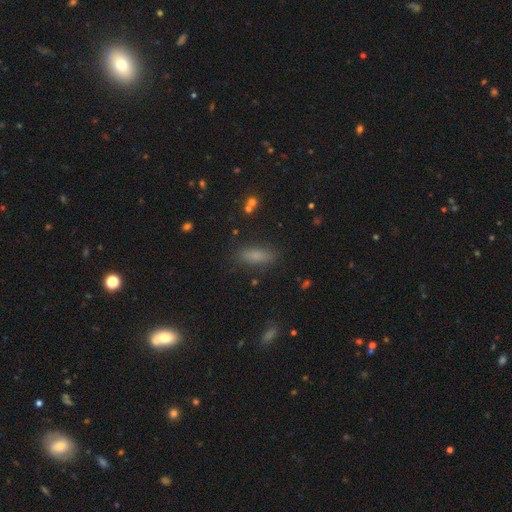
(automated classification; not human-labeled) This is likely a smooth galaxy (76%). How rounded: likely in between (60%). Merging: clearly none (84%).